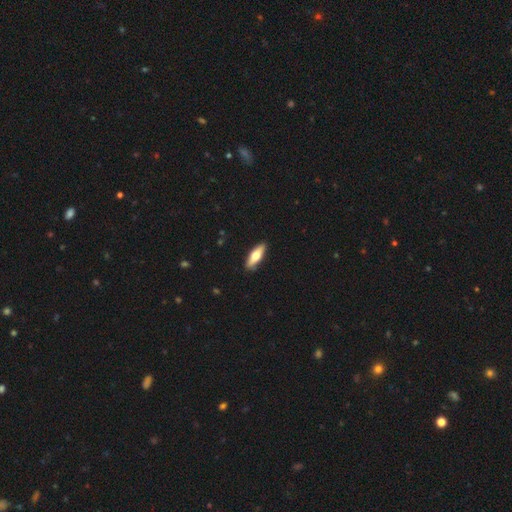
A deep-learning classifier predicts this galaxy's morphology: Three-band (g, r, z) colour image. It shows a smooth galaxy with no disk features (58%) that is cigar-shaped (53%). Merging: none (90%).